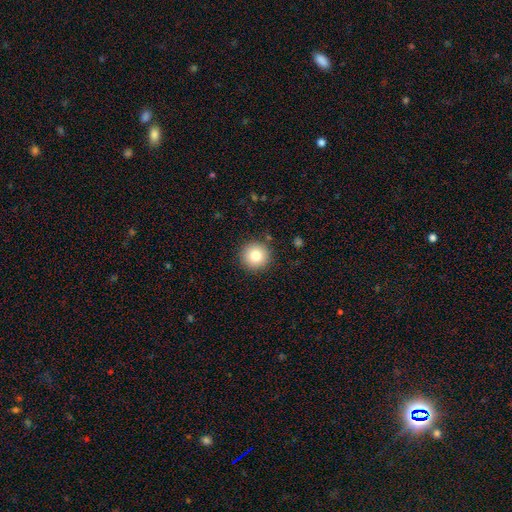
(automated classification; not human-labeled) Morphology: type=smooth (80%); roundness=round (96%); merging=none (90%).